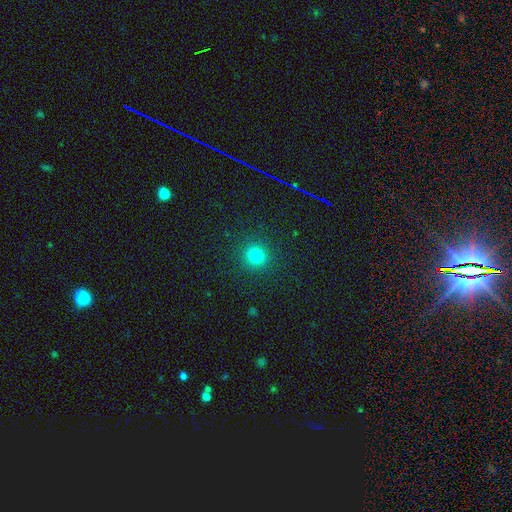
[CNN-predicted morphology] Q: Smooth or featured?
A: smooth (79%); runner-up: star or artifact (15%)
Q: How rounded?
A: round (88%); runner-up: in between (11%)
Q: Merging?
A: none (90%); runner-up: minor disturbance (6%)